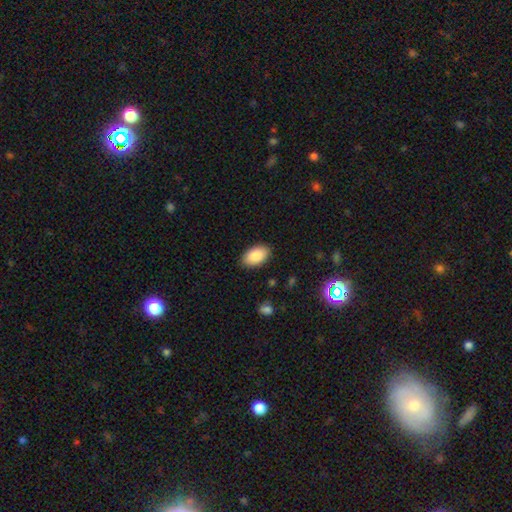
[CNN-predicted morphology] smooth_or_featured: smooth (p=0.88) [alt: star or artifact p=0.07]
how_rounded: in between (p=0.94) [alt: round p=0.05]
merging: none (p=0.88) [alt: minor disturbance p=0.09]